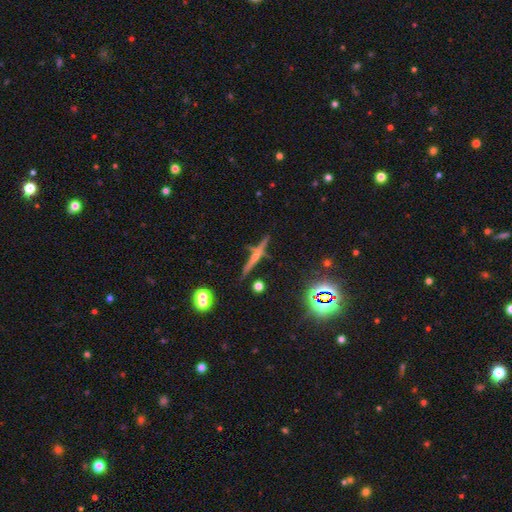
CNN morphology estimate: Smooth or featured?
  - featured or disk: 51% *
  - smooth: 33%
  - star or artifact: 16%
Edge-on disk?
  - yes: 95% *
  - no: 5%
Merging?
  - none: 79% *
  - minor disturbance: 12%
  - merger: 6%
  - major disturbance: 3%